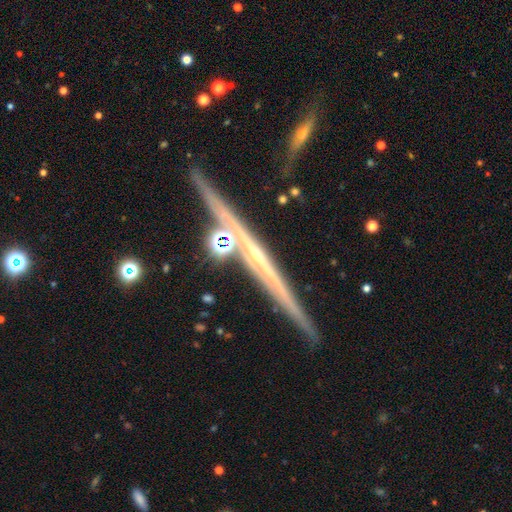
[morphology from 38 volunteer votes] Overall: featured or disk (82%). Edge-on disk: yes (94%). Edge-on bulge: none (59%; rounded 41%). Merging: none (79%).